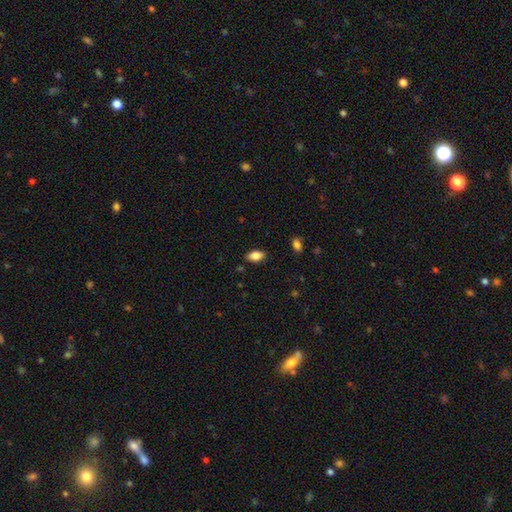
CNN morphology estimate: Smooth or featured? Predicted: smooth (p=0.83). How rounded? Predicted: in between (p=0.90). Merging? Predicted: none (p=0.86).